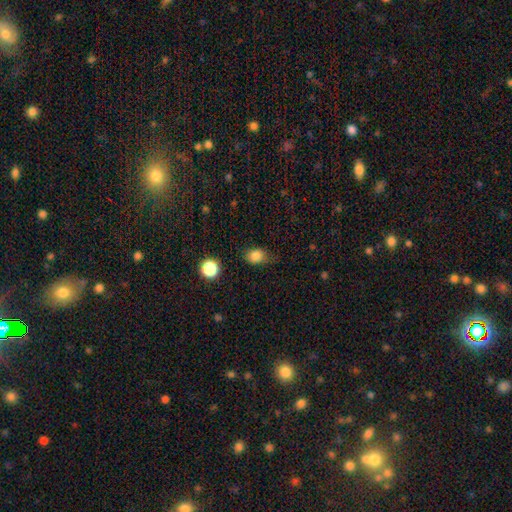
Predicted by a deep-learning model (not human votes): Smooth or featured? Predicted: smooth (p=0.82). How rounded? Predicted: in between (p=0.54). Merging? Predicted: none (p=0.70).